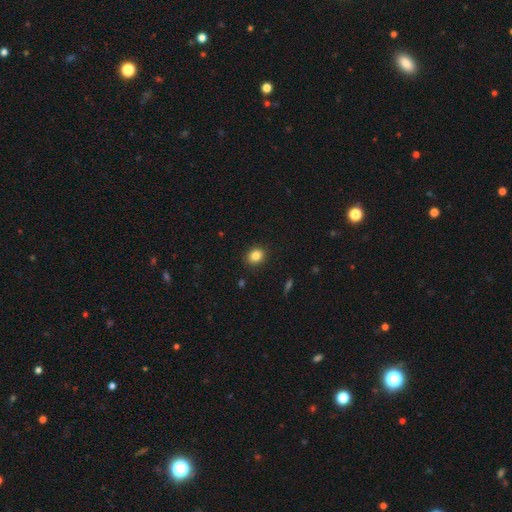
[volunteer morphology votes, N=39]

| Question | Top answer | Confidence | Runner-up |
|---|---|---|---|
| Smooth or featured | smooth | 85% | star or artifact (10%) |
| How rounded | round | 61% | in between (39%) |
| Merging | none | 94% | minor disturbance (6%) |